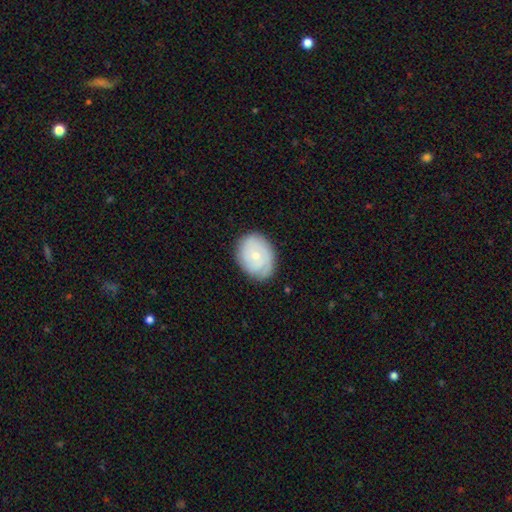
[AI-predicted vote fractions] This appears to be a featured or disk galaxy (62%) with no bar (80%), tight (71%) spiral arms (88%) and a small central bulge (67%). Merging: none (78%).